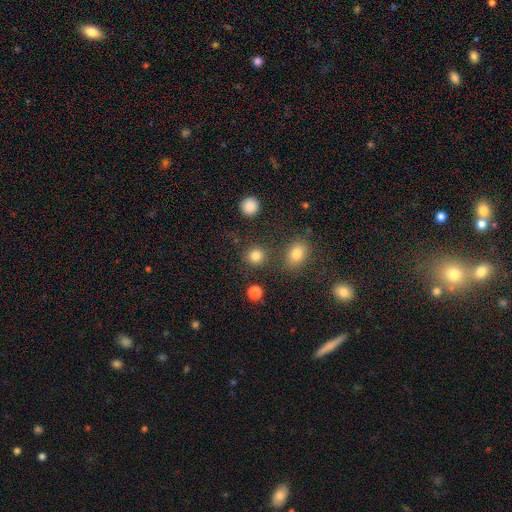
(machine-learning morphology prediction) The model was most divided on "smooth or featured": smooth: 83%, star or artifact: 12%, featured or disk: 5%. More confident: how rounded — round (88%); merging — none (84%).